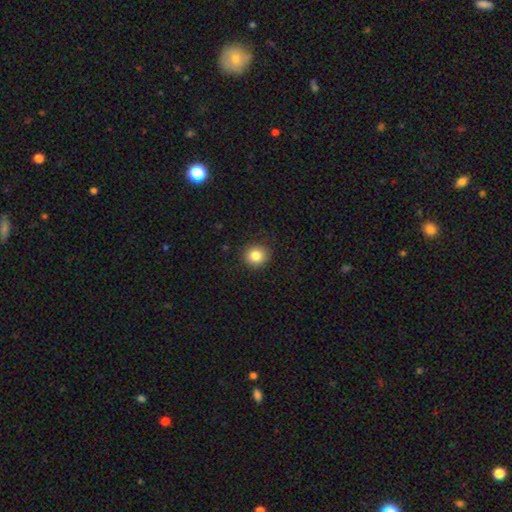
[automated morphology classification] smooth_or_featured: smooth (p=0.84) [alt: star or artifact p=0.10]
how_rounded: round (p=0.88) [alt: in between p=0.11]
merging: none (p=0.88) [alt: minor disturbance p=0.09]